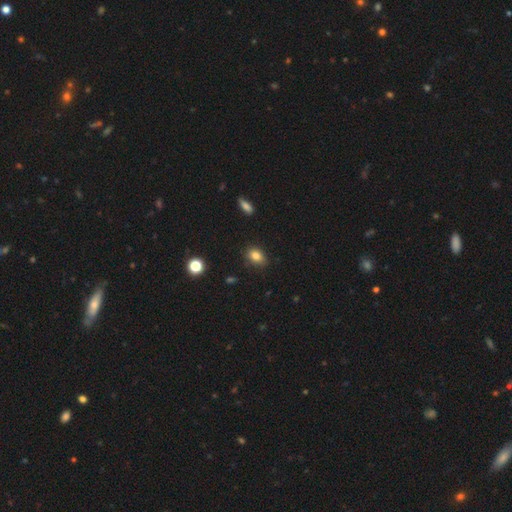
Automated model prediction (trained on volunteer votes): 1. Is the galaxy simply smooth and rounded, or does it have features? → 83% smooth, 11% star or artifact, 7% featured or disk.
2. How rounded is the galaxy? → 71% in between, 27% round, 2% cigar-shaped.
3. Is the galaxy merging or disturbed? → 83% none, 13% minor disturbance, 3% major disturbance, 2% merger.